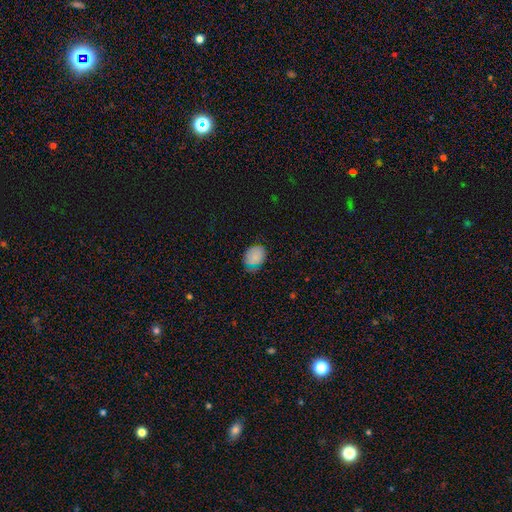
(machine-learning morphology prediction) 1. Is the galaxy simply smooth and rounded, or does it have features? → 75% smooth, 15% star or artifact, 9% featured or disk.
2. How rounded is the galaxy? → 61% in between, 38% round, 1% cigar-shaped.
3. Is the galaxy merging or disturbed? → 71% none, 23% minor disturbance, 5% major disturbance, 2% merger.